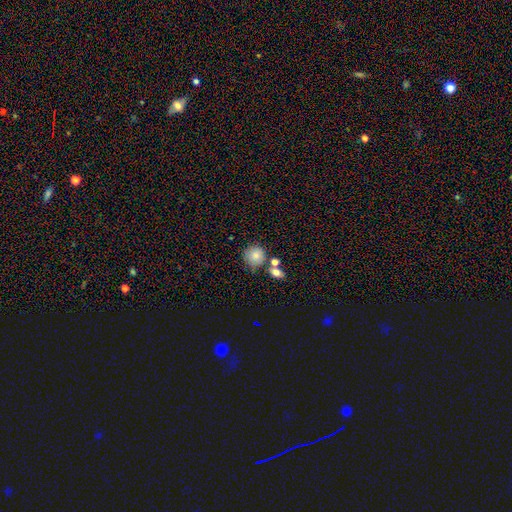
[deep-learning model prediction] Overall: smooth (80%). How rounded: round (91%). Merging: none (64%).